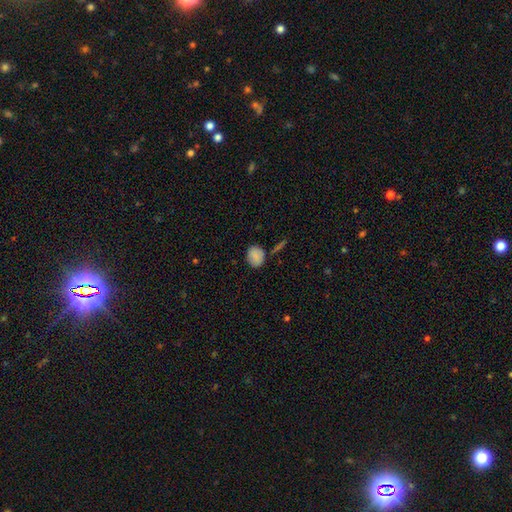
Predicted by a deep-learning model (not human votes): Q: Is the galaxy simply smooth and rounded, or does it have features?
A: smooth — 84%.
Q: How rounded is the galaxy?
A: round — 51%.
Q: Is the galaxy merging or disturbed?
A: none — 75%.